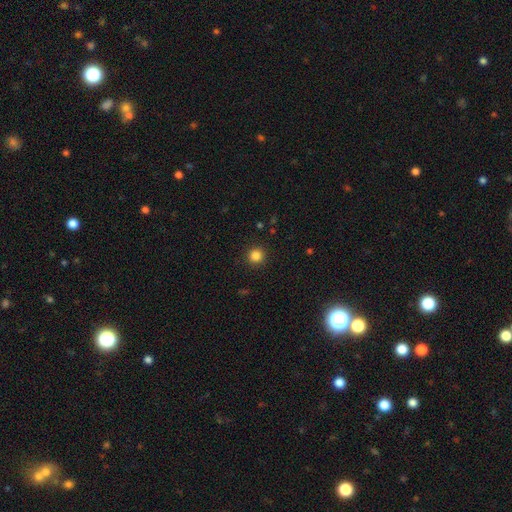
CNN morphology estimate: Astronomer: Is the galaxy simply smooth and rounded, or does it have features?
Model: smooth — 84%.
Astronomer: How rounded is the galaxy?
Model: round — 94%.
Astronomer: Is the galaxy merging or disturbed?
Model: none — 92%.